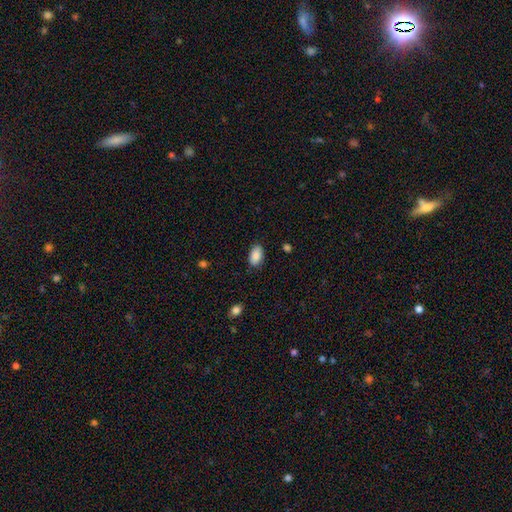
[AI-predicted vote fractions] Smooth or featured: smooth — 89% (star or artifact — 7%)
How rounded: in between — 93% (round — 6%)
Merging: none — 84% (minor disturbance — 12%)